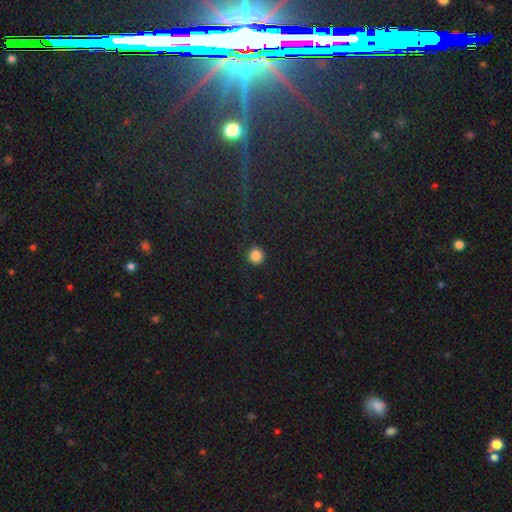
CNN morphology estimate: smooth 85%, star or artifact 12%, featured or disk 3%. Down the decision tree: how rounded — round (95%); merging — none (91%).